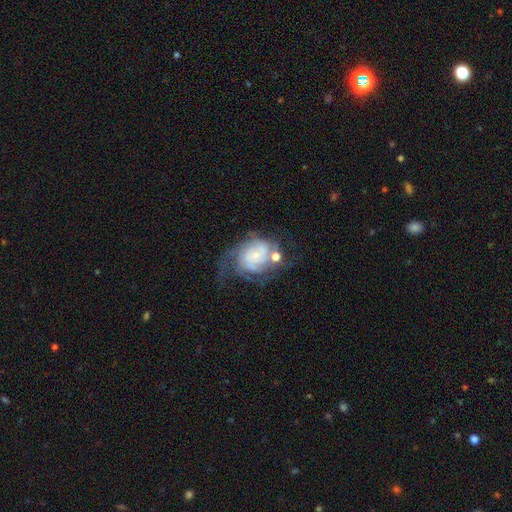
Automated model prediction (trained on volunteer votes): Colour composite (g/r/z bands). It shows a featured or disk galaxy (75%) with no bar (74%), tight (50%) spiral arms (90%) and a small central bulge (71%). Merging: none (41%).